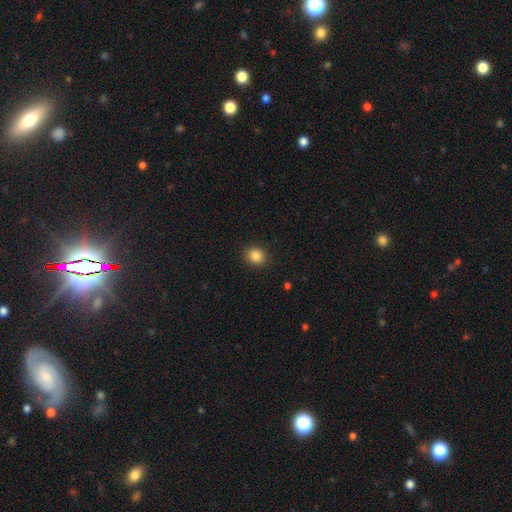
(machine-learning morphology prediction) smooth 85%, star or artifact 10%, featured or disk 4%. Down the decision tree: how rounded — round (77%); merging — none (90%).